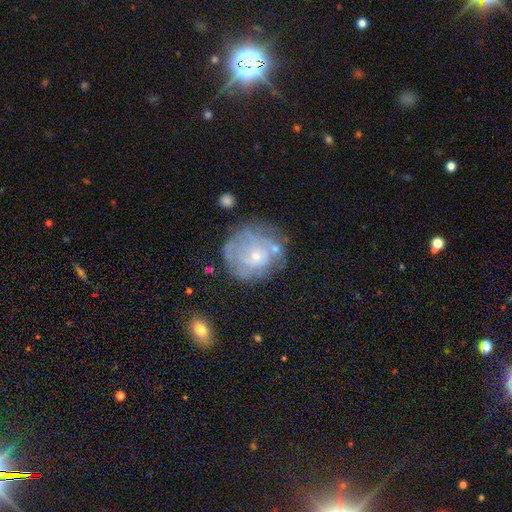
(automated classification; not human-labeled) smooth_or_featured: featured or disk (p=0.63) [alt: smooth p=0.28]
disk_edge_on: no (p=0.97) [alt: yes p=0.03]
bar: no (p=0.83) [alt: weak p=0.15]
has_spiral_arms: yes (p=0.59) [alt: no p=0.41]
bulge_size: small (p=0.70) [alt: moderate p=0.24]
merging: none (p=0.60) [alt: minor disturbance p=0.21]